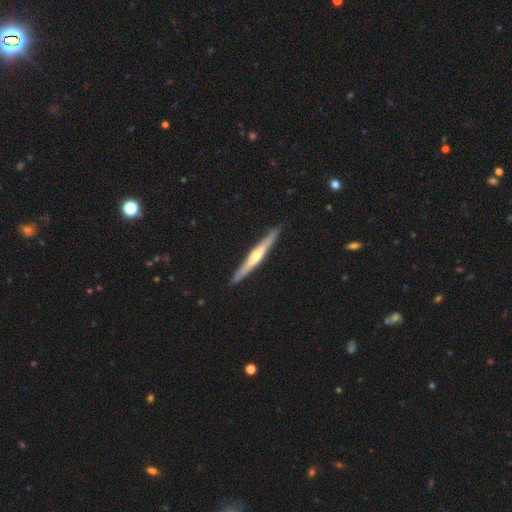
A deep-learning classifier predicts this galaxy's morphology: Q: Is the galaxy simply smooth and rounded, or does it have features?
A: featured or disk — 69%.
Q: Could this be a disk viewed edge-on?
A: yes — 97%.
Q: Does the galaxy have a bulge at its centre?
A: rounded — 83%.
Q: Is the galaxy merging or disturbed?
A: none — 91%.